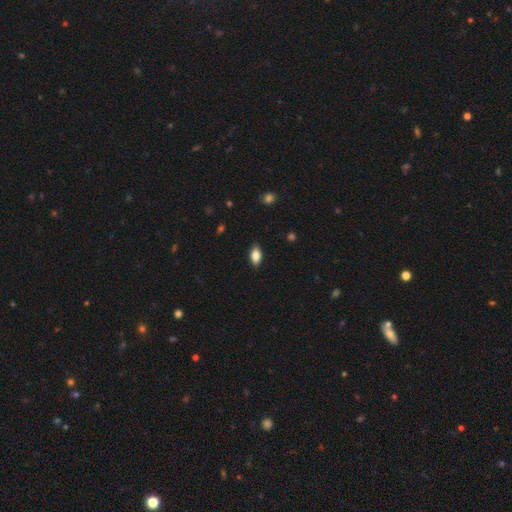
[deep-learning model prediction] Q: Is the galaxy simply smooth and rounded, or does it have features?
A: smooth — 82%.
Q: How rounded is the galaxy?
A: in between — 90%.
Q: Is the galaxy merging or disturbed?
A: none — 87%.